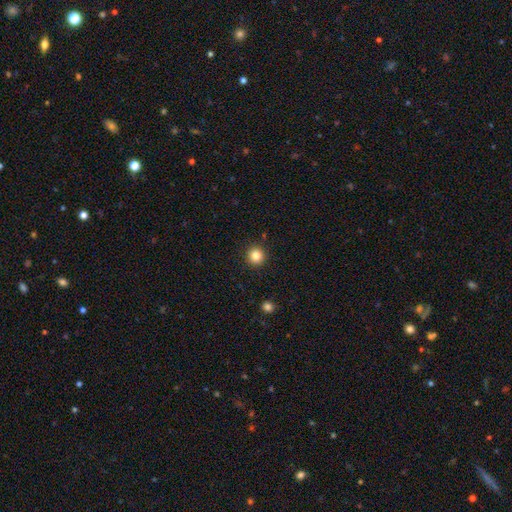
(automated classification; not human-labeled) The model was most divided on "smooth or featured": smooth: 84%, star or artifact: 11%, featured or disk: 5%. More confident: how rounded — round (95%); merging — none (92%).